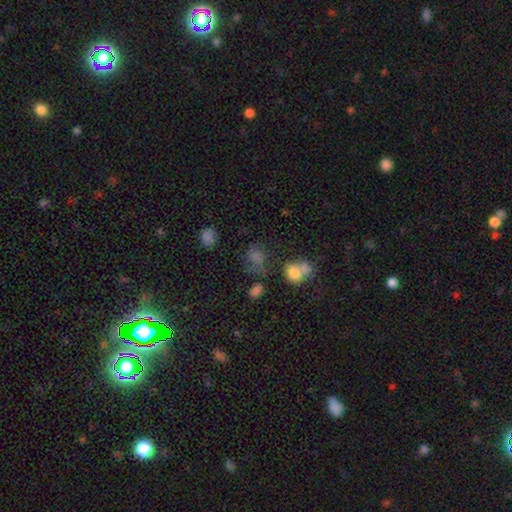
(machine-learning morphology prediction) Smooth or featured?
  - smooth: 54% *
  - star or artifact: 27%
  - featured or disk: 19%
How rounded?
  - round: 51% *
  - in between: 47%
  - cigar-shaped: 2%
Merging?
  - none: 46% *
  - minor disturbance: 19%
  - merger: 19%
  - major disturbance: 17%